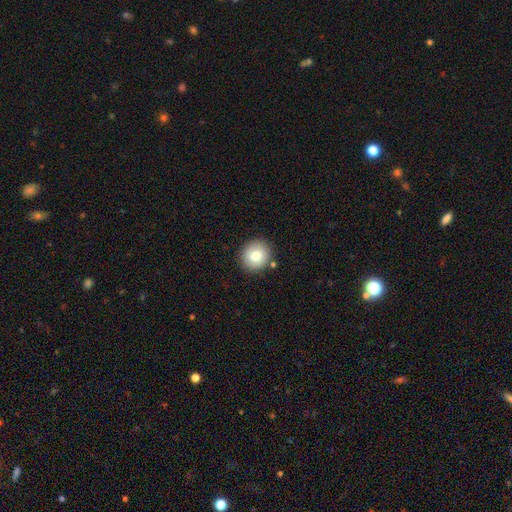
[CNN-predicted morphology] Q: Smooth or featured?
A: smooth (78%); runner-up: featured or disk (13%)
Q: How rounded?
A: round (85%); runner-up: in between (14%)
Q: Merging?
A: none (86%); runner-up: minor disturbance (8%)